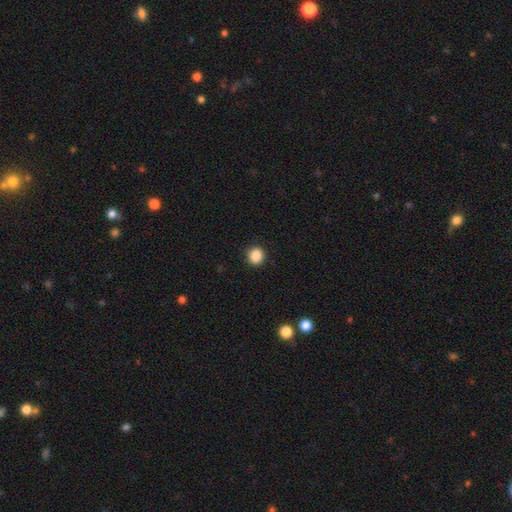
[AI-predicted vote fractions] Smooth or featured: smooth — 88% (star or artifact — 10%)
How rounded: round — 89% (in between — 10%)
Merging: none — 92% (minor disturbance — 6%)